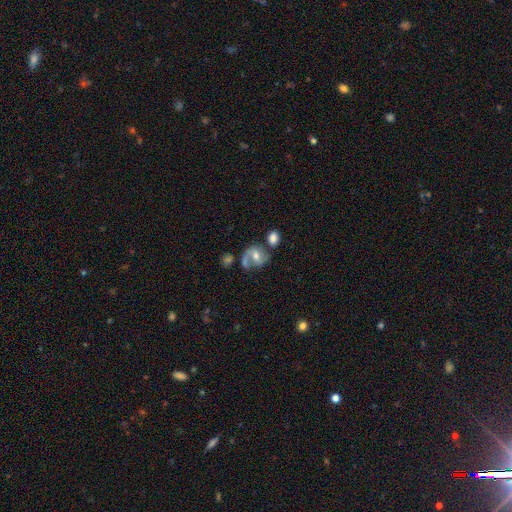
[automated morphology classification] Q: Smooth or featured?
A: featured or disk (69%); runner-up: smooth (23%)
Q: Edge-on disk?
A: no (97%); runner-up: yes (3%)
Q: Bar?
A: no (43%); runner-up: weak (41%)
Q: Spiral arms?
A: yes (88%); runner-up: no (12%)
Q: Spiral winding?
A: medium (49%); runner-up: loose (30%)
Q: Spiral arm count?
A: 2 (69%); runner-up: 1 (21%)
Q: Bulge size?
A: moderate (66%); runner-up: small (22%)
Q: Merging?
A: none (48%); runner-up: merger (19%)